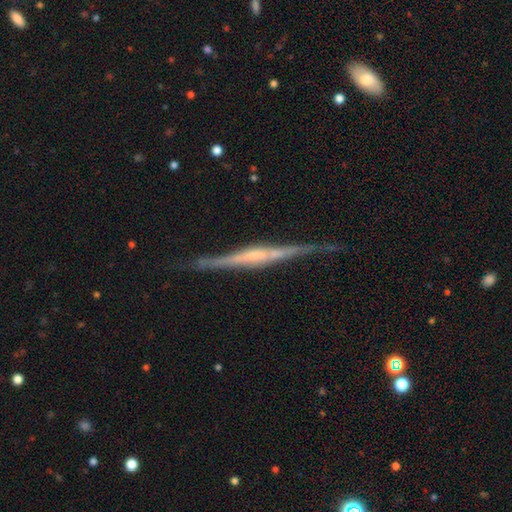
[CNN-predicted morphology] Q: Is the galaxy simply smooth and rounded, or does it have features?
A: featured or disk — 82%.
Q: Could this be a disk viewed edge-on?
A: yes — 97%.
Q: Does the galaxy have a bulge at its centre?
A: rounded — 40%.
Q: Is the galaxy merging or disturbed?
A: none — 79%.